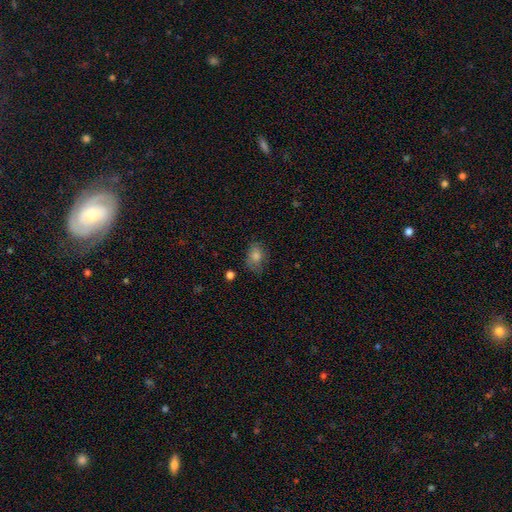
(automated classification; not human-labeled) Smooth or featured: smooth — 74% (featured or disk — 13%)
How rounded: in between — 63% (round — 36%)
Merging: none — 68% (minor disturbance — 23%)